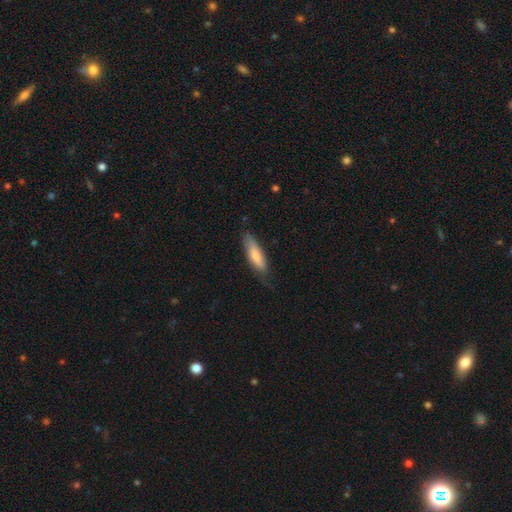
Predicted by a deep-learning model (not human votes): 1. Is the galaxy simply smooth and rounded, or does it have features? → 75% smooth, 19% featured or disk, 5% star or artifact.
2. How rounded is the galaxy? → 57% cigar-shaped, 41% in between, 2% round.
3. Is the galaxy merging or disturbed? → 68% none, 25% minor disturbance, 6% major disturbance, 1% merger.